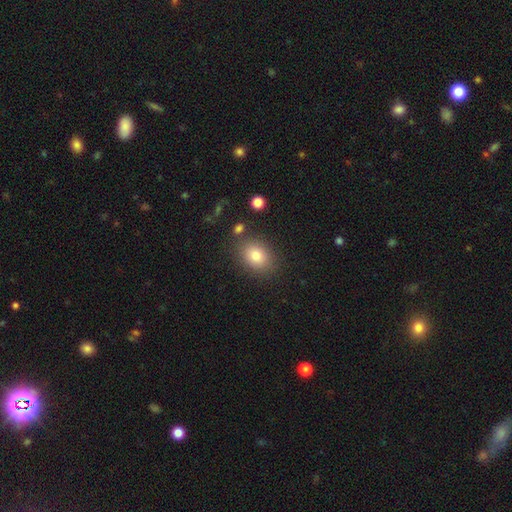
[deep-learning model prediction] smooth-or-featured: smooth: 81% | star or artifact: 10% | featured or disk: 9%
  how-rounded: in between: 66% | round: 33% | cigar-shaped: 1%
  merging: none: 82% | minor disturbance: 11% | merger: 4% | major disturbance: 4%